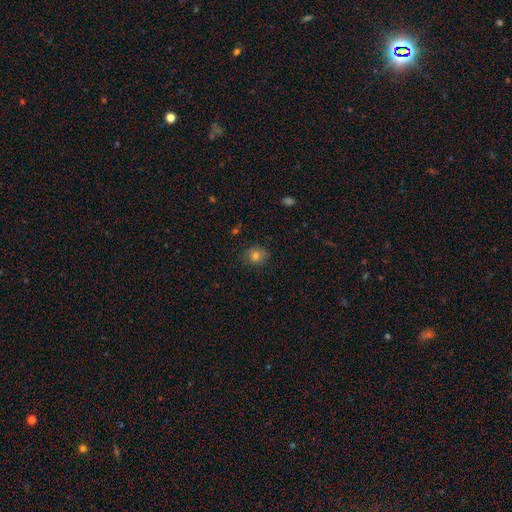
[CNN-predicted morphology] A smooth galaxy with no disk features (75%) that is round (67%). Merging: none (81%).